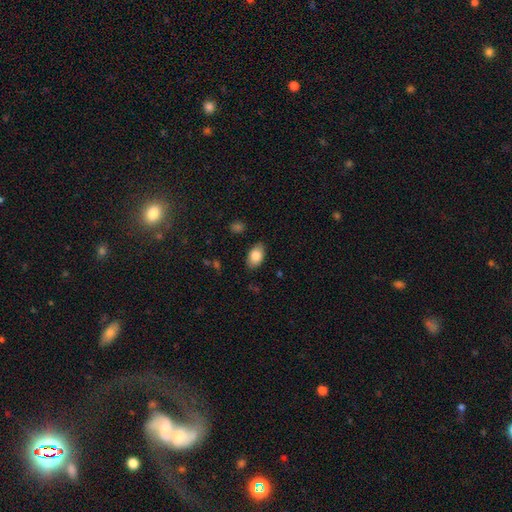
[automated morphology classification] smooth 84%, featured or disk 9%, star or artifact 7%. Down the decision tree: how rounded — in between (92%); merging — none (85%).